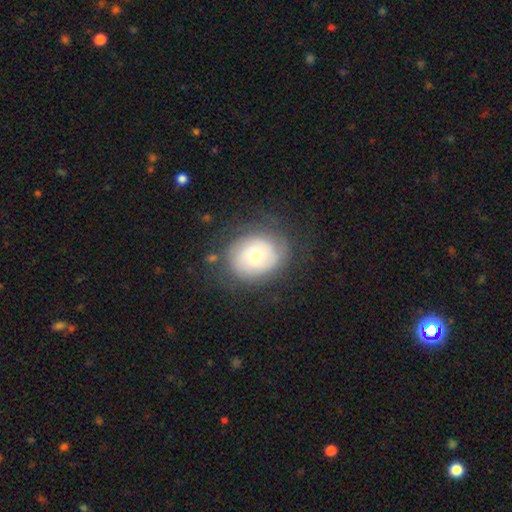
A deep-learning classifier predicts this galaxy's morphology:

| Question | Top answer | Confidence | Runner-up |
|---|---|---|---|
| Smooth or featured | featured or disk | 48% | smooth (43%) |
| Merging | none | 73% | minor disturbance (17%) |